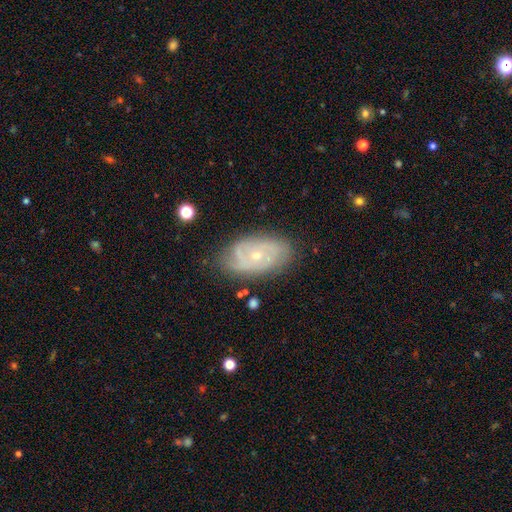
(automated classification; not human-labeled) A featured or disk galaxy (80%) with no bar (75%), 2 (37%) tight (59%) spiral arms (91%) and a small central bulge (66%). Merging: none (75%).